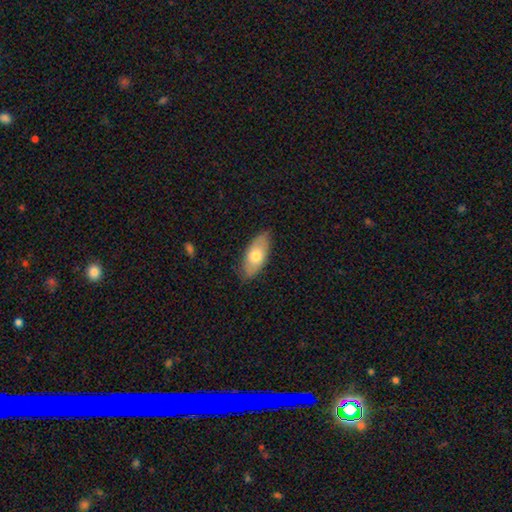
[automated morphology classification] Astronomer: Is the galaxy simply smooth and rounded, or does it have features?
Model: smooth — 68%.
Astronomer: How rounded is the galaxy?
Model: in between — 86%.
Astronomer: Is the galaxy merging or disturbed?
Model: none — 83%.